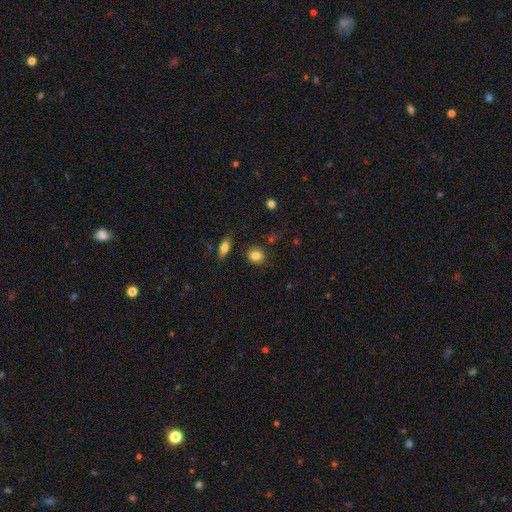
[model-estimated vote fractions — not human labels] The model was most divided on "how rounded": round: 53%, in between: 45%, cigar-shaped: 2%. More confident: smooth or featured — smooth (83%); merging — none (82%).